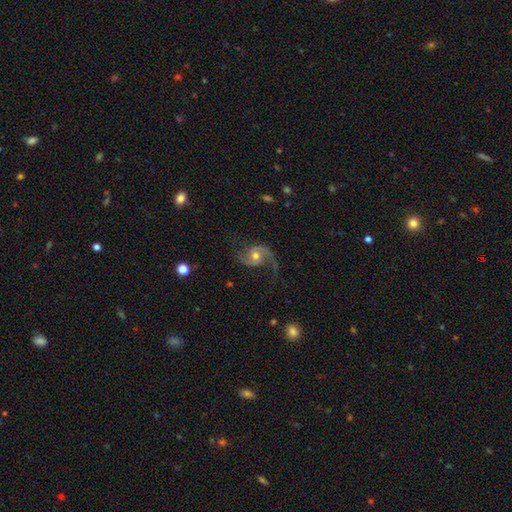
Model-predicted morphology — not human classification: Smooth or featured?
  - featured or disk: 90% *
  - star or artifact: 5%
  - smooth: 5%
Edge-on disk?
  - no: 98% *
  - yes: 2%
Bar?
  - no: 62% *
  - weak: 31%
  - strong: 8%
Spiral arms?
  - yes: 97% *
  - no: 3%
Spiral winding?
  - loose: 54% *
  - medium: 38%
  - tight: 8%
Spiral arm count?
  - 2: 93% *
  - 1: 2%
  - can't tell: 2%
  - 3: 1%
  - 4: 1%
  - more than 4: 1%
Bulge size?
  - moderate: 71% *
  - small: 22%
  - large: 5%
  - none: 1%
  - dominant: 1%
Merging?
  - none: 72% *
  - minor disturbance: 16%
  - major disturbance: 10%
  - merger: 2%